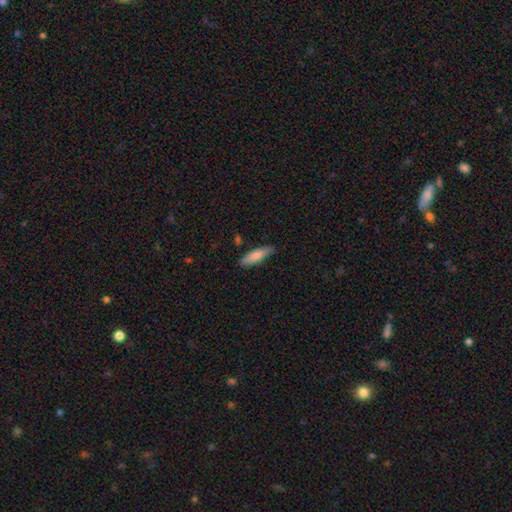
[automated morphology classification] This is clearly a smooth galaxy (81%). How rounded: possibly cigar-shaped (53%). Merging: clearly none (82%).